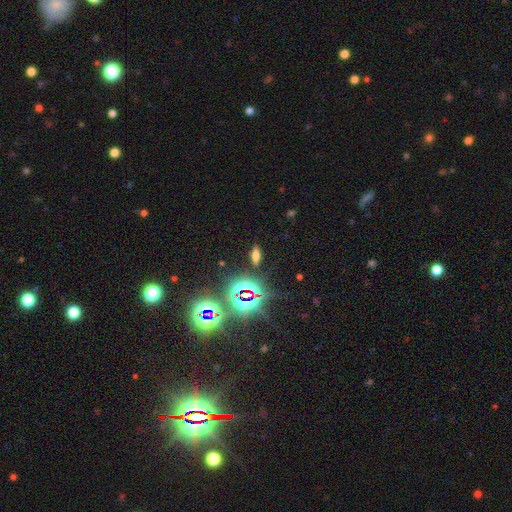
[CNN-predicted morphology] Overall: smooth (45%; star or artifact 37%). Merging: none (86%).